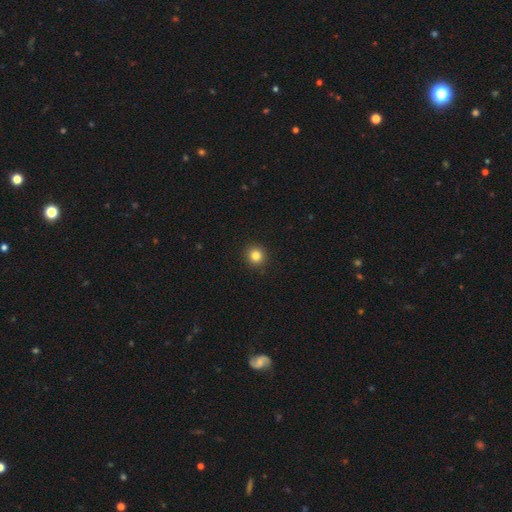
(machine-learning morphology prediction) Smooth or featured?
  - smooth: 83% *
  - star or artifact: 12%
  - featured or disk: 5%
How rounded?
  - round: 92% *
  - in between: 7%
  - cigar-shaped: 1%
Merging?
  - none: 92% *
  - minor disturbance: 5%
  - major disturbance: 2%
  - merger: 1%